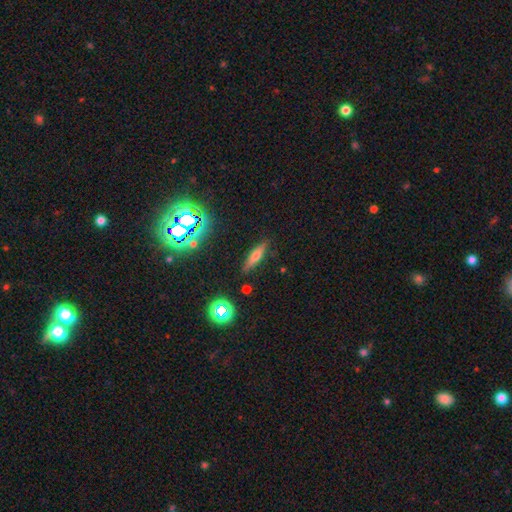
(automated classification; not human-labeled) Morphology: type=smooth (55%); roundness=cigar-shaped (72%); merging=none (85%).